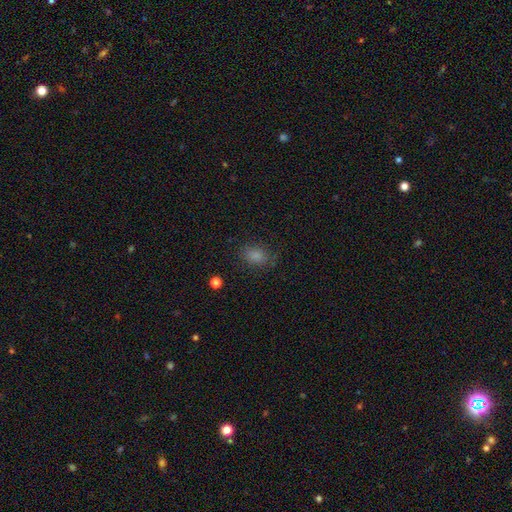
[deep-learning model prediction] Morphology: type=smooth (82%); roundness=in between (75%); merging=none (78%).